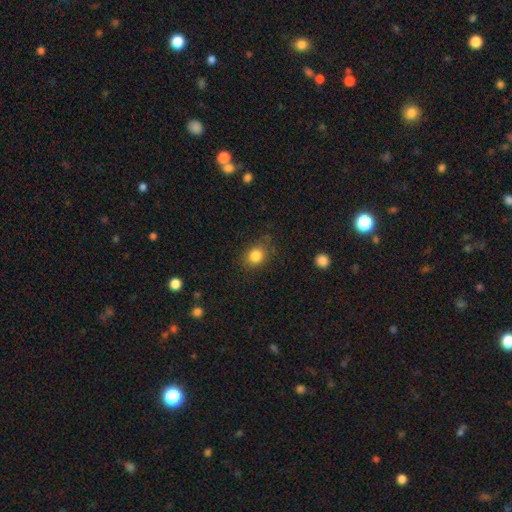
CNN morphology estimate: This is clearly a smooth galaxy (83%). How rounded: likely round (64%). Merging: likely none (76%).